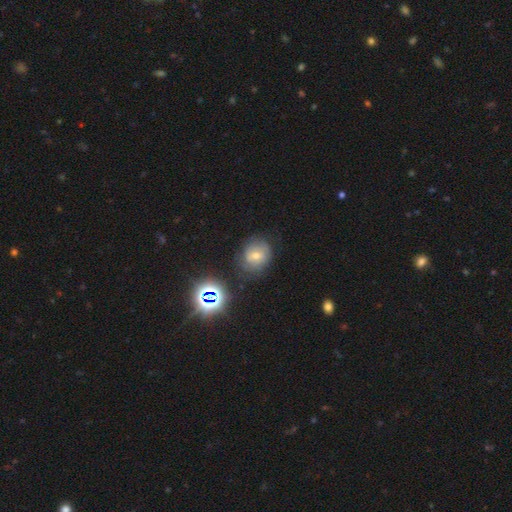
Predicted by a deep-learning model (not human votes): smooth_or_featured: smooth (p=0.48) [alt: featured or disk p=0.34]
merging: none (p=0.67) [alt: minor disturbance p=0.22]